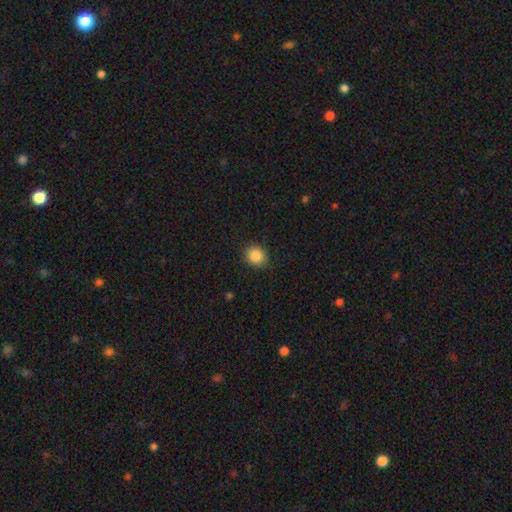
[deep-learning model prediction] Q: Smooth or featured?
A: smooth (87%); runner-up: star or artifact (9%)
Q: How rounded?
A: round (75%); runner-up: in between (24%)
Q: Merging?
A: none (88%); runner-up: minor disturbance (8%)